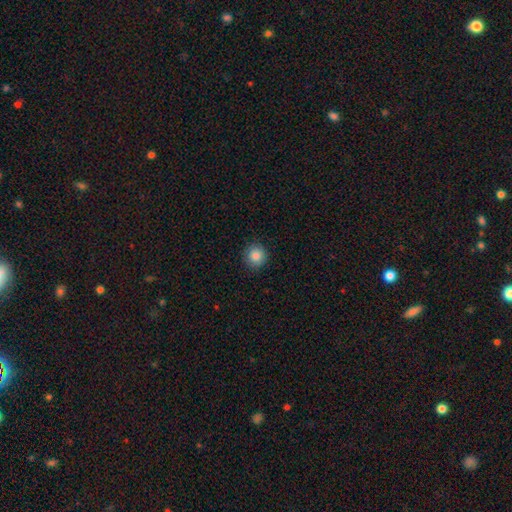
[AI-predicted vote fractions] Smooth or featured?
  - smooth: 85% *
  - star or artifact: 10%
  - featured or disk: 5%
How rounded?
  - round: 93% *
  - in between: 6%
  - cigar-shaped: 1%
Merging?
  - none: 90% *
  - minor disturbance: 7%
  - major disturbance: 2%
  - merger: 1%